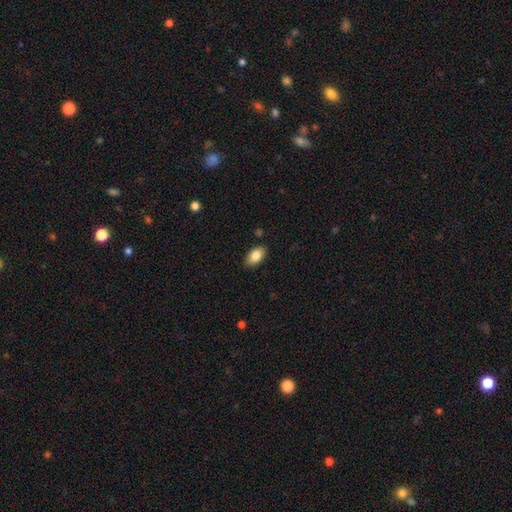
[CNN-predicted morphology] Smooth or featured? Predicted: smooth (p=0.85). How rounded? Predicted: in between (p=0.92). Merging? Predicted: none (p=0.87).